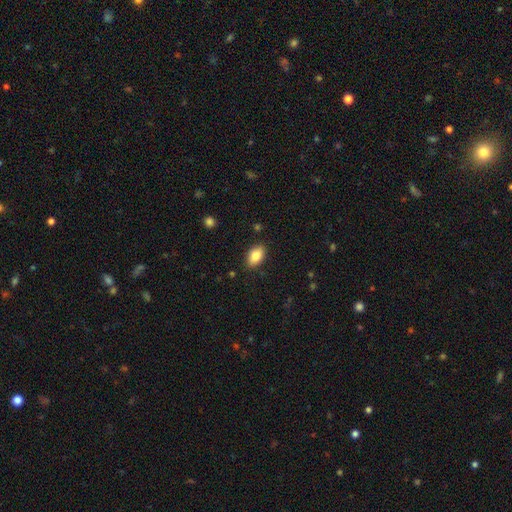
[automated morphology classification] Overall: smooth (84%). How rounded: in between (91%). Merging: none (87%).